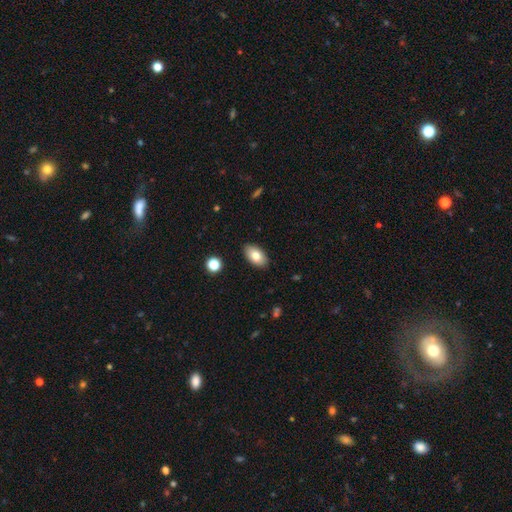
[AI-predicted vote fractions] Smooth or featured?
  - smooth: 79% *
  - featured or disk: 13%
  - star or artifact: 7%
How rounded?
  - in between: 93% *
  - round: 5%
  - cigar-shaped: 2%
Merging?
  - none: 88% *
  - minor disturbance: 9%
  - major disturbance: 2%
  - merger: 1%